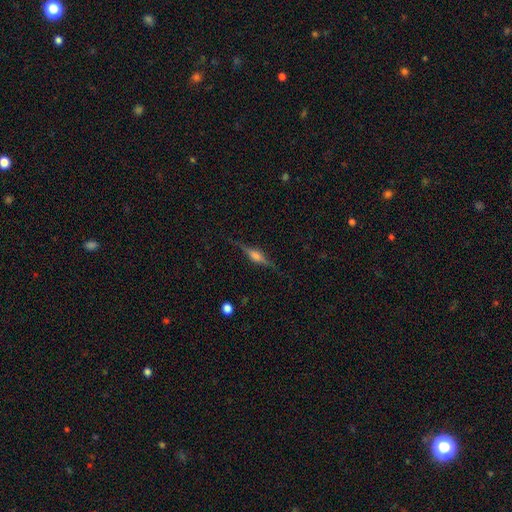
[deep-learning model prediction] smooth-or-featured: featured or disk: 80% | smooth: 13% | star or artifact: 7%
  disk-edge-on: yes: 98% | no: 2%
    edge-on-bulge: rounded: 83% | boxy: 15% | none: 3%
  merging: none: 87% | minor disturbance: 10% | major disturbance: 2% | merger: 1%